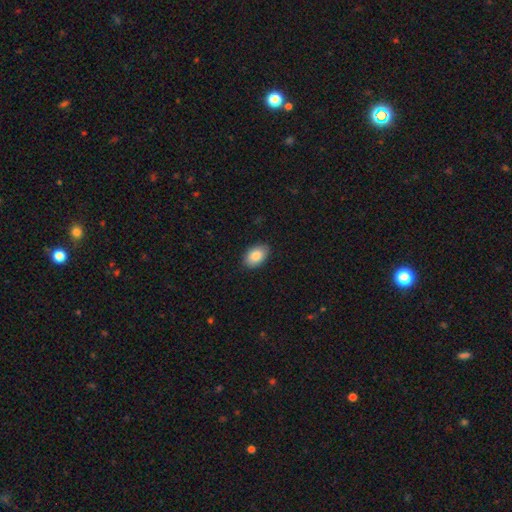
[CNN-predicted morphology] Smooth or featured?
  - smooth: 86% *
  - featured or disk: 7%
  - star or artifact: 7%
How rounded?
  - in between: 89% *
  - round: 9%
  - cigar-shaped: 1%
Merging?
  - none: 88% *
  - minor disturbance: 9%
  - major disturbance: 2%
  - merger: 1%